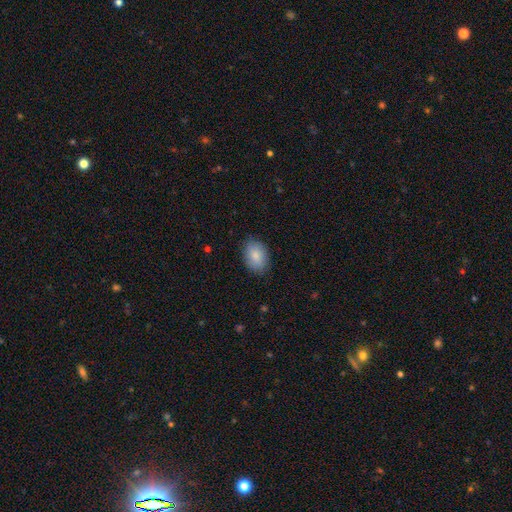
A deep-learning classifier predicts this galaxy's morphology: The model was most divided on "how rounded": in between: 86%, round: 13%, cigar-shaped: 1%. More confident: smooth or featured — smooth (86%); merging — none (85%).